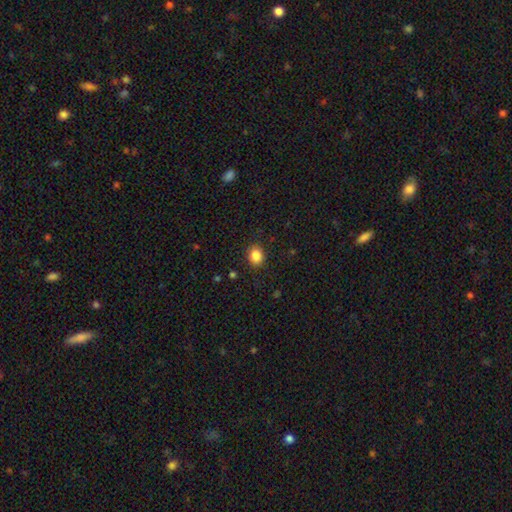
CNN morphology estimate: This appears to be a smooth galaxy with no disk features (86%) that is round (68%). Merging: none (89%).